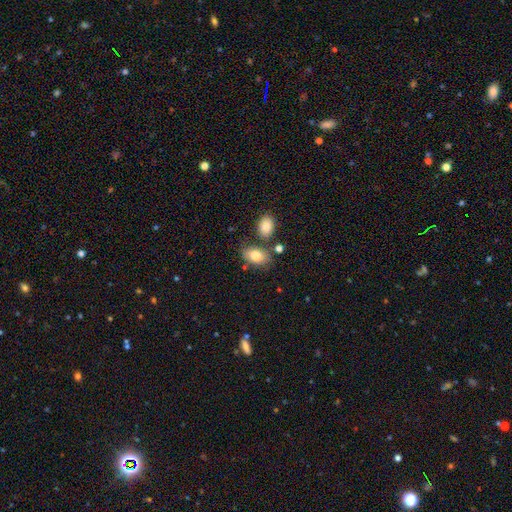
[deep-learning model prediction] Smooth or featured? Predicted: smooth (p=0.79). How rounded? Predicted: in between (p=0.88). Merging? Predicted: none (p=0.67).